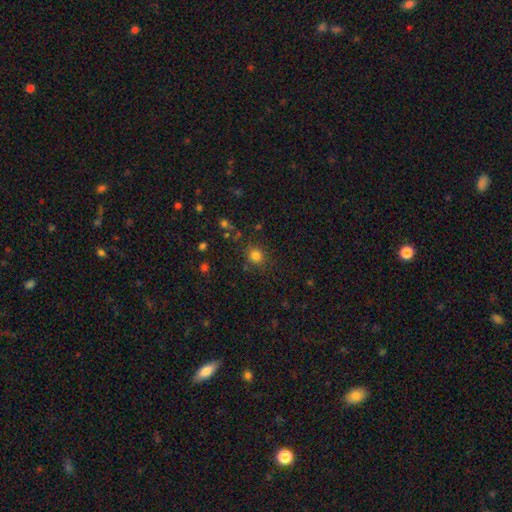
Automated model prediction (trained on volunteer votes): Morphology: type=smooth (80%); roundness=round (87%); merging=none (84%).